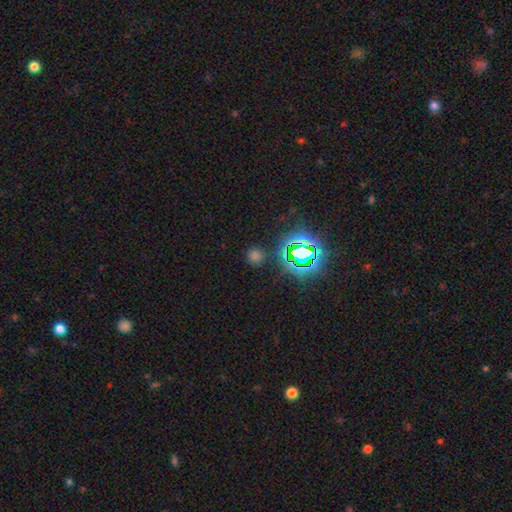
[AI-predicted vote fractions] A star or artifact, not a galaxy (50%).